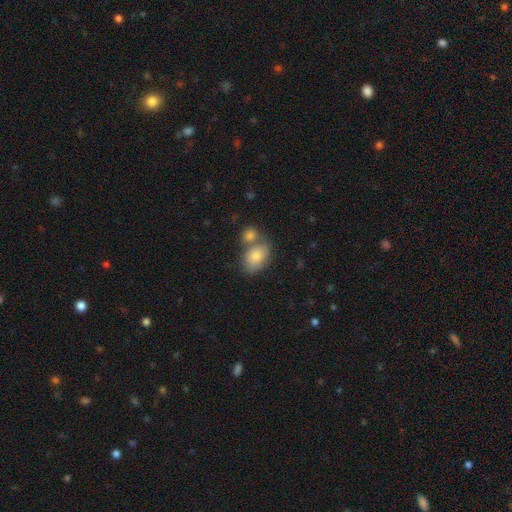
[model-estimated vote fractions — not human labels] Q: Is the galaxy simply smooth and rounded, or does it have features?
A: smooth — 80%.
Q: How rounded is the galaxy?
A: in between — 77%.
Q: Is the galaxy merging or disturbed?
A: none — 46%.